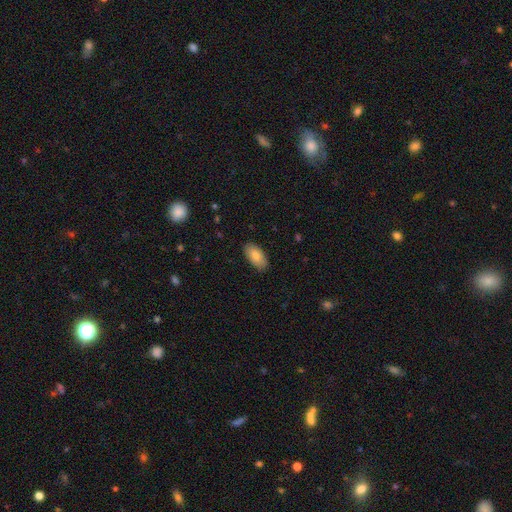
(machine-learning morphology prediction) A smooth galaxy with no disk features (84%) that is in between round and cigar-shaped (94%). Merging: none (88%).